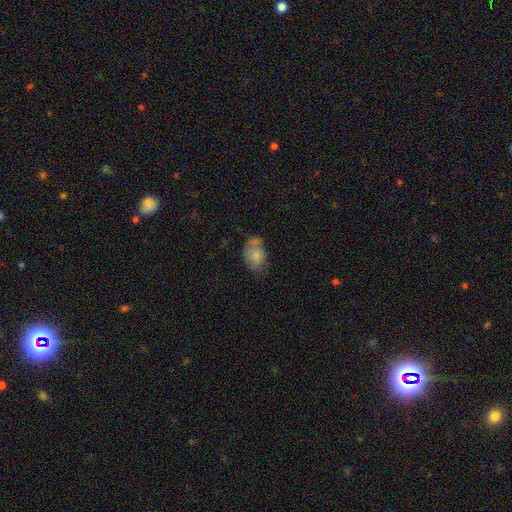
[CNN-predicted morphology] smooth 76%, featured or disk 16%, star or artifact 8%. Down the decision tree: how rounded — in between (80%); merging — none (45%).